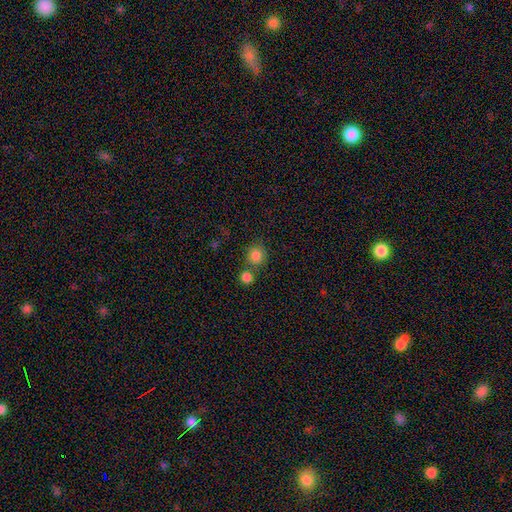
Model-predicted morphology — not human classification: A smooth galaxy with no disk features (84%) that is round (87%).

Vote fractions:
- Smooth or featured? smooth: 84% / star or artifact: 12% / featured or disk: 5%
- How rounded? round: 87% / in between: 12% / cigar-shaped: 1%
- Merging? none: 65% / merger: 22% / minor disturbance: 9% / major disturbance: 4%